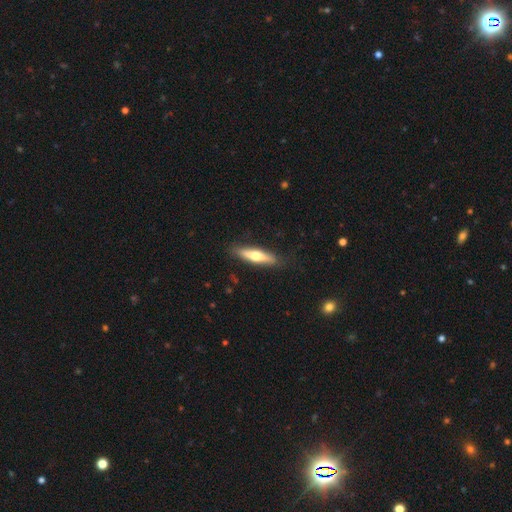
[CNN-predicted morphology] type=smooth (52%); roundness=cigar-shaped (77%); merging=none (86%).